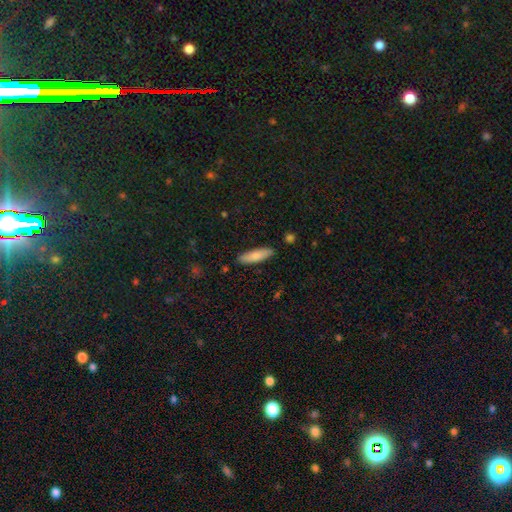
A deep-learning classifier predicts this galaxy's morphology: Overall: smooth (80%). How rounded: cigar-shaped (60%; in between 38%). Merging: none (87%).